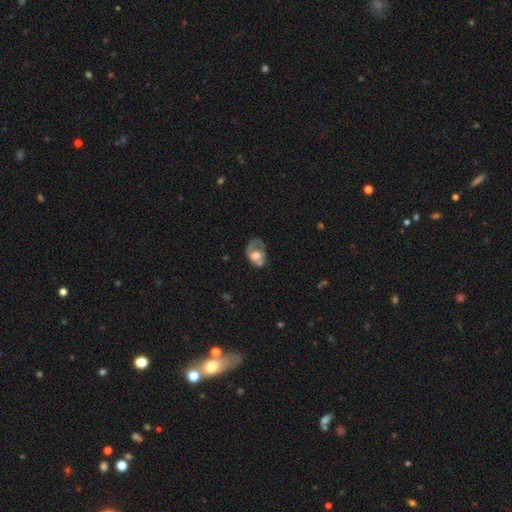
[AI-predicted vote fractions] This is possibly a featured or disk galaxy (46%, tied with smooth). Merging: marginally none (31%, tied with major disturbance).